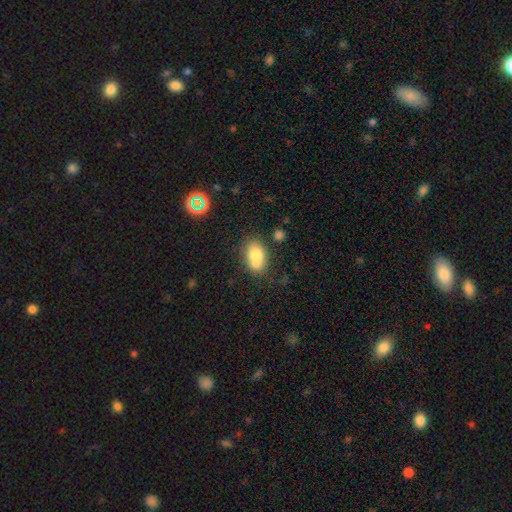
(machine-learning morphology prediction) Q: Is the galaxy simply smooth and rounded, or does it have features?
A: smooth — 74%.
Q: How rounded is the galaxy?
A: in between — 76%.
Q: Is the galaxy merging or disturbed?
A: none — 47%.